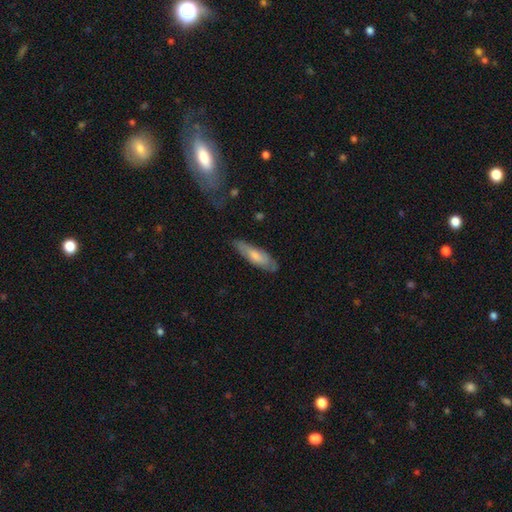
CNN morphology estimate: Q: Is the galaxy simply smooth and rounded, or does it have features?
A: smooth — 67%.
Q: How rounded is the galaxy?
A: cigar-shaped — 60%.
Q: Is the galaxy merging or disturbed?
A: none — 76%.